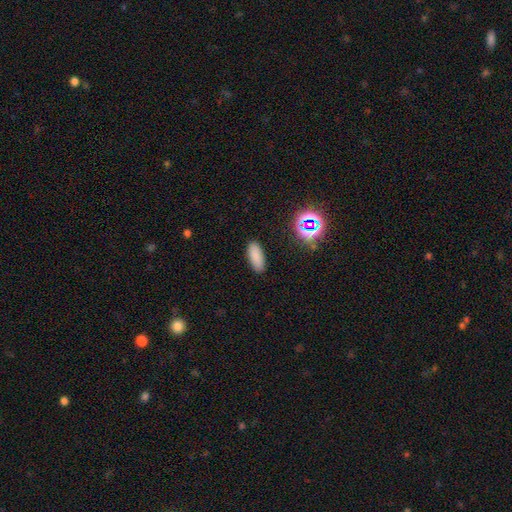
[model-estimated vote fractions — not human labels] A smooth galaxy with no disk features (82%) that is in between round and cigar-shaped (76%).

Vote fractions:
- Smooth or featured? smooth: 82% / star or artifact: 12% / featured or disk: 5%
- How rounded? in between: 76% / cigar-shaped: 22% / round: 3%
- Merging? none: 88% / minor disturbance: 8% / major disturbance: 2% / merger: 1%